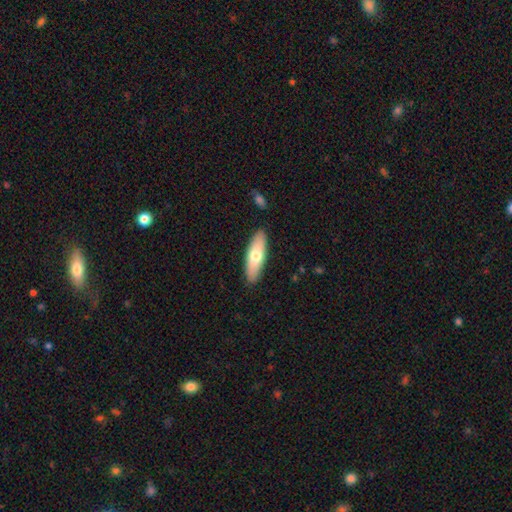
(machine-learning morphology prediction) A smooth galaxy with no disk features (65%) that is in between round and cigar-shaped (54%).

Vote fractions:
- Smooth or featured? smooth: 65% / featured or disk: 29% / star or artifact: 5%
- How rounded? in between: 54% / cigar-shaped: 44% / round: 2%
- Merging? none: 89% / minor disturbance: 8% / major disturbance: 2% / merger: 1%